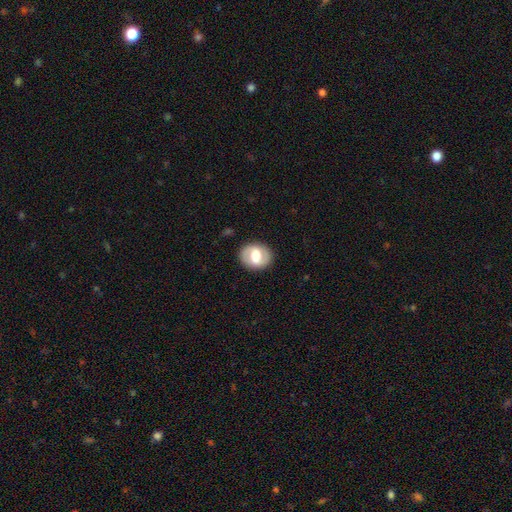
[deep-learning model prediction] The model was most divided on "smooth or featured": featured or disk: 50%, smooth: 43%, star or artifact: 7%. More confident: merging — none (86%).